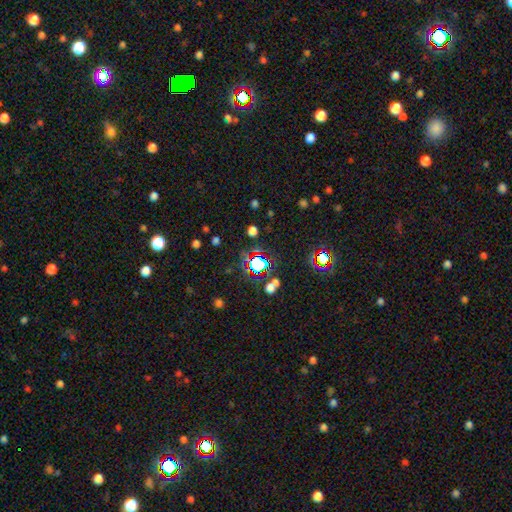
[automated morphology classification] Smooth or featured? Predicted: star or artifact (p=0.58).